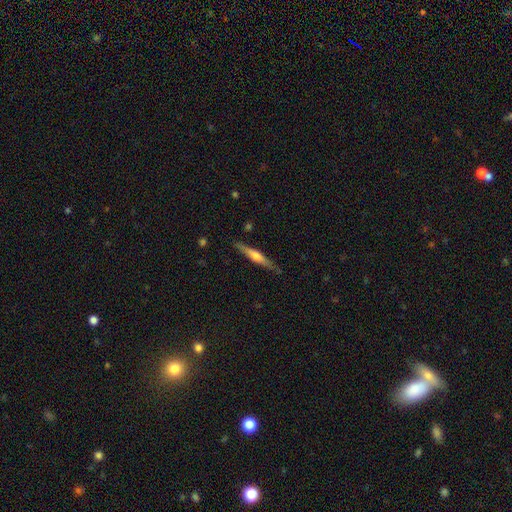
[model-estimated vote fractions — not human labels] This is likely a featured or disk galaxy (60%). It is clearly viewed edge-on (96%). Edge-on bulge: clearly rounded (80%). Merging: clearly none (86%).